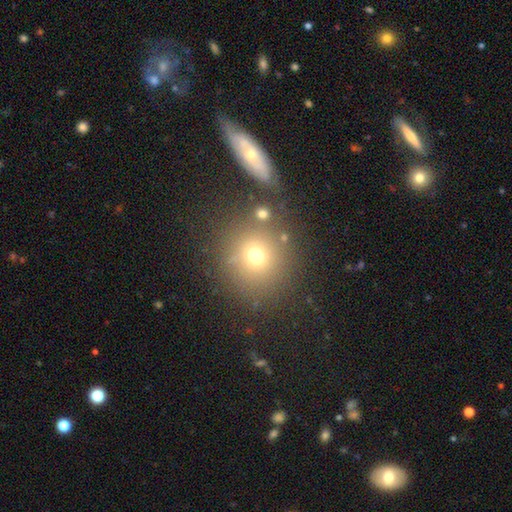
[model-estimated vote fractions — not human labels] A smooth galaxy with no disk features (69%) that is round (89%). Merging: none (73%).